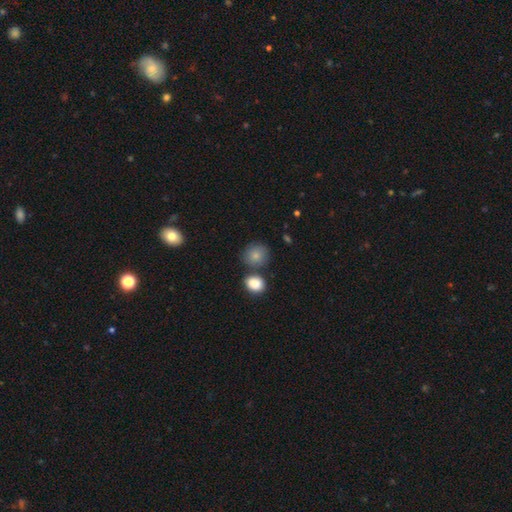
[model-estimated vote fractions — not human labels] This appears to be a smooth galaxy with no disk features (83%) that is round (81%). Merging: none (68%).